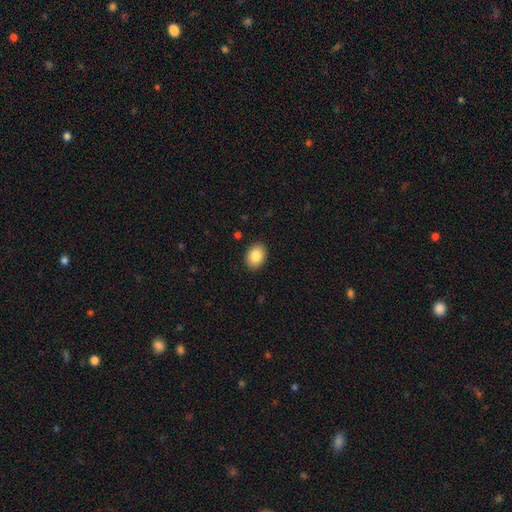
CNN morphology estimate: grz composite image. It shows a smooth galaxy with no disk features (86%) that is in between round and cigar-shaped (69%). Merging: none (90%).